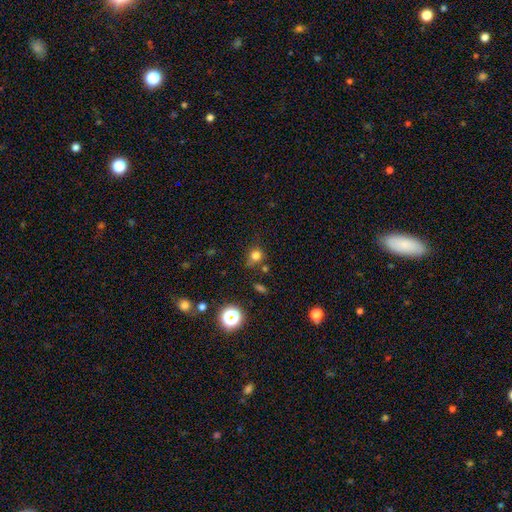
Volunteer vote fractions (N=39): A smooth galaxy with no disk features (85%) that is round (82%). Merging: none (54%).